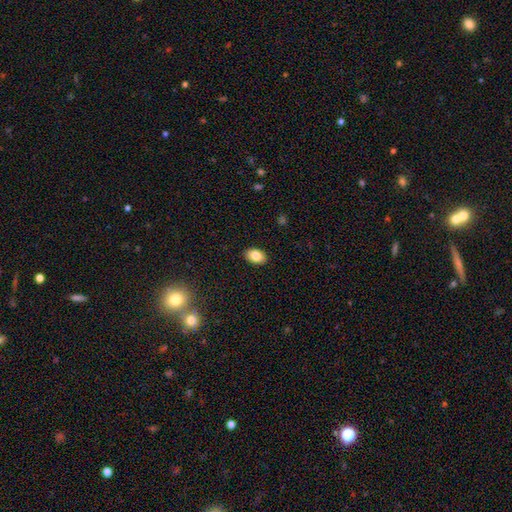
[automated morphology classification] smooth 83%, featured or disk 8%, star or artifact 8%. Down the decision tree: how rounded — in between (87%); merging — none (90%).